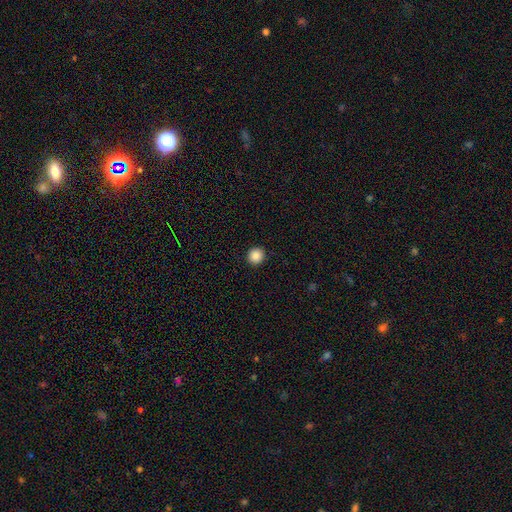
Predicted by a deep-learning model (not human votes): Morphology: type=smooth (88%); roundness=round (93%); merging=none (93%).